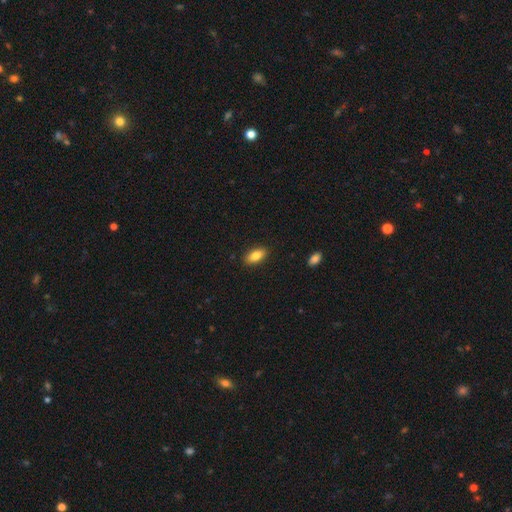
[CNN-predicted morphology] smooth 84%, featured or disk 9%, star or artifact 7%. Down the decision tree: how rounded — in between (90%); merging — none (89%).